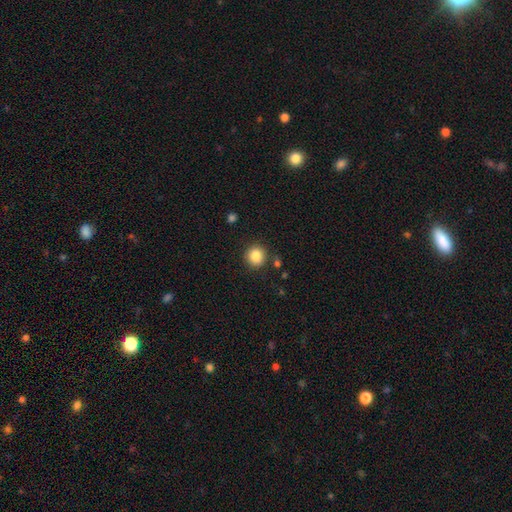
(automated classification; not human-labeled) Morphology: type=smooth (85%); roundness=round (91%); merging=none (87%).